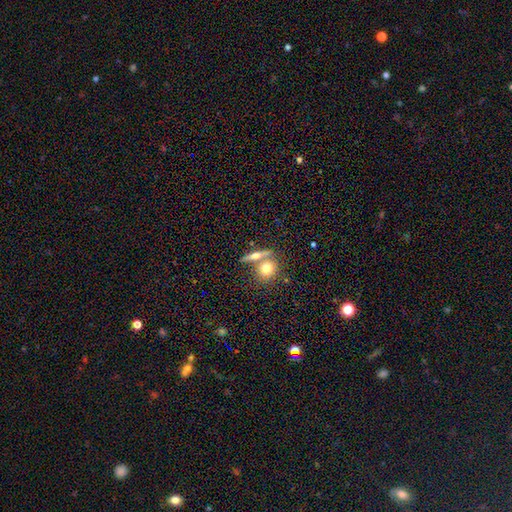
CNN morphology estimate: Smooth or featured? Predicted: smooth (p=0.48). Merging? Predicted: none (p=0.59).